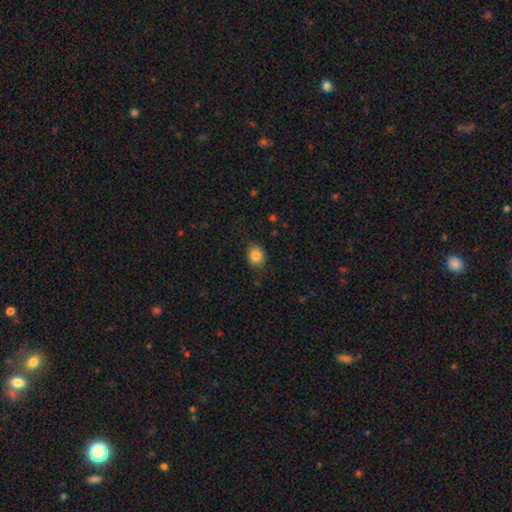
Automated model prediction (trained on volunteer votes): smooth-or-featured: smooth: 85% | star or artifact: 9% | featured or disk: 6%
  how-rounded: round: 59% | in between: 40% | cigar-shaped: 1%
  merging: none: 83% | minor disturbance: 13% | major disturbance: 3% | merger: 1%